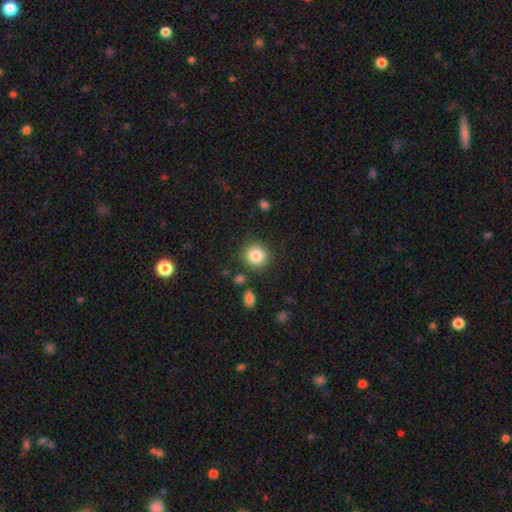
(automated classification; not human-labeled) Smooth or featured?
  - smooth: 85% *
  - star or artifact: 9%
  - featured or disk: 6%
How rounded?
  - round: 89% *
  - in between: 10%
  - cigar-shaped: 1%
Merging?
  - none: 86% *
  - minor disturbance: 8%
  - merger: 3%
  - major disturbance: 3%